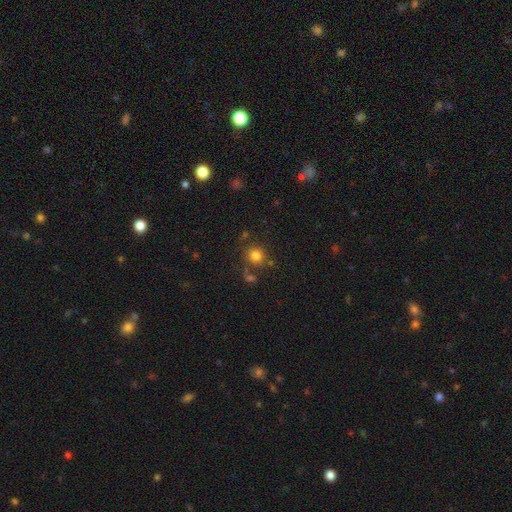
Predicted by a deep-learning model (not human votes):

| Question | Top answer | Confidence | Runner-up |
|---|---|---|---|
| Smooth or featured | smooth | 80% | star or artifact (13%) |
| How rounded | round | 88% | in between (11%) |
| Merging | none | 74% | minor disturbance (11%) |